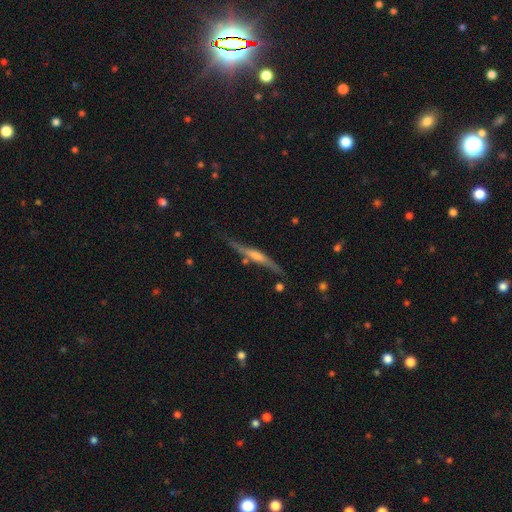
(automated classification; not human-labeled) featured or disk 69%, smooth 25%, star or artifact 6%. Down the decision tree: edge-on disk — yes (95%); edge-on bulge — rounded (51%); merging — none (73%).